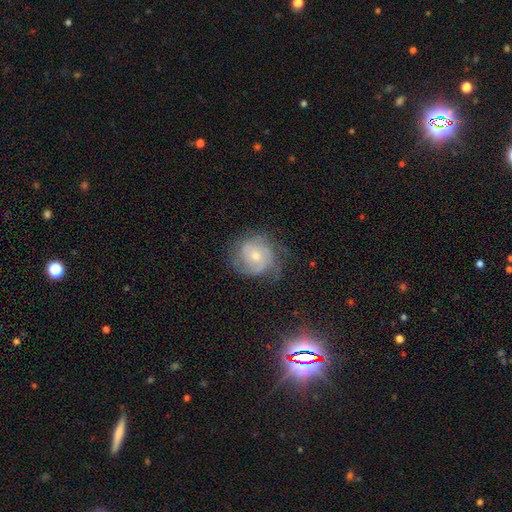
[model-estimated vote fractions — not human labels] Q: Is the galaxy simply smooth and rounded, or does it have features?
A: featured or disk — 75%.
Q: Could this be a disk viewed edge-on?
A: no — 98%.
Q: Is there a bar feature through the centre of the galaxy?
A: no — 72%.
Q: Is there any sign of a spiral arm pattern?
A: yes — 92%.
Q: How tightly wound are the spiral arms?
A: tight — 55%.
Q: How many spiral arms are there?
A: can't tell — 30%.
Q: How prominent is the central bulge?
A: small — 51%.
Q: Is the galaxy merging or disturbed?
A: none — 63%.